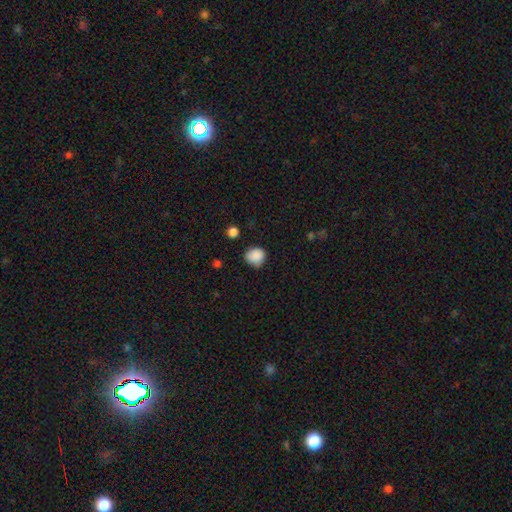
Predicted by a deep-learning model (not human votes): Smooth or featured? Predicted: smooth (p=0.87). How rounded? Predicted: round (p=0.76). Merging? Predicted: none (p=0.69).